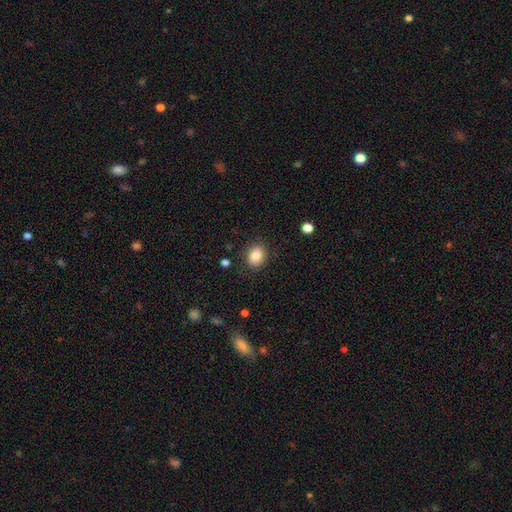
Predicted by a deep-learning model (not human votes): This appears to be a smooth galaxy with no disk features (86%) that is in between round and cigar-shaped (51%). Merging: none (87%).